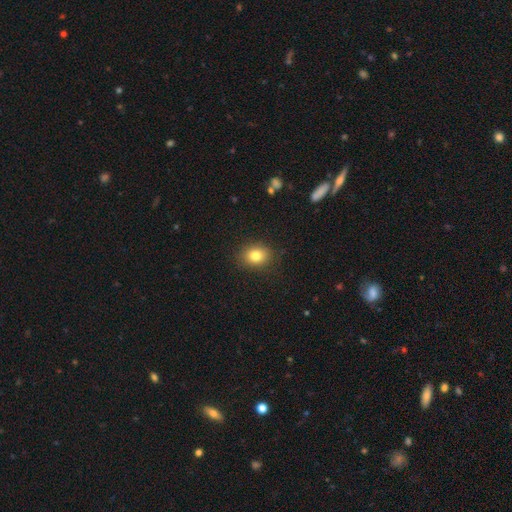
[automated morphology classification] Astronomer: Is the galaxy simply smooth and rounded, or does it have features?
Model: smooth — 80%.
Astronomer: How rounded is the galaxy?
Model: round — 50% (runner-up: in between, 49%).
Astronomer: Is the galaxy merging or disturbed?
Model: none — 88%.